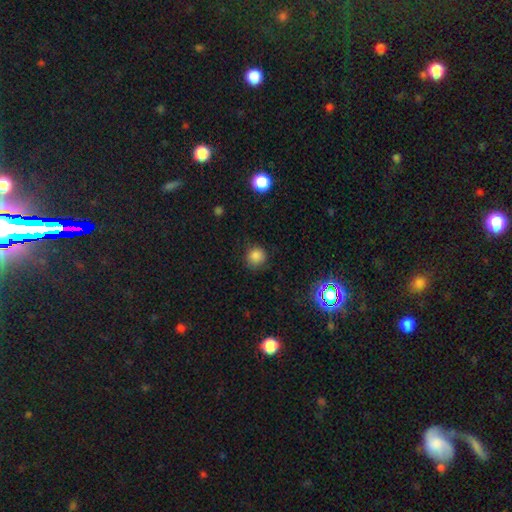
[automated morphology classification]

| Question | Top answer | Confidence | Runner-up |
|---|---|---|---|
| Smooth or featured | smooth | 83% | star or artifact (13%) |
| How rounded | round | 90% | in between (9%) |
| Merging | none | 81% | minor disturbance (14%) |